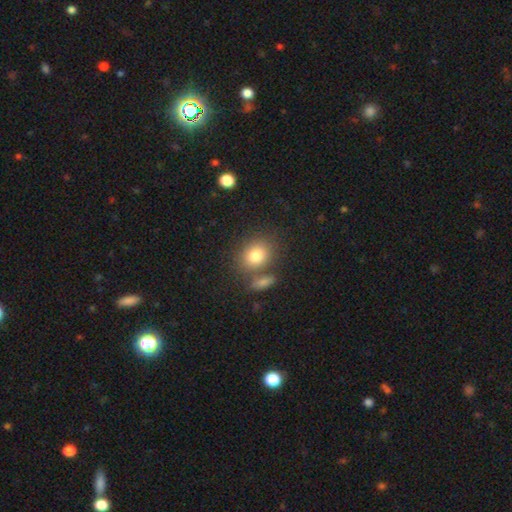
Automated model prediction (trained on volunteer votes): Overall: smooth (81%). How rounded: round (51%; in between 48%). Merging: none (63%).